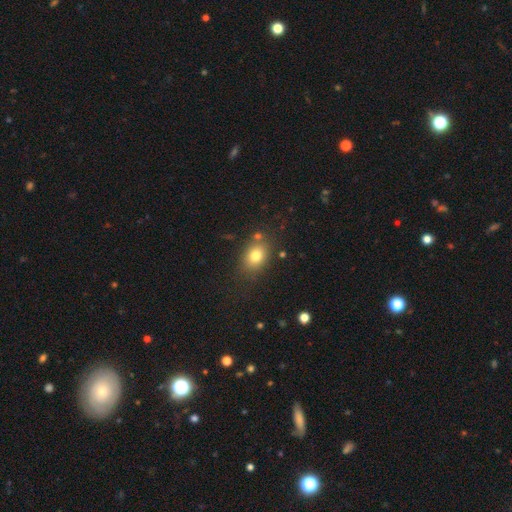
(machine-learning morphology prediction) Smooth or featured? Predicted: smooth (p=0.78). How rounded? Predicted: in between (p=0.63). Merging? Predicted: none (p=0.78).